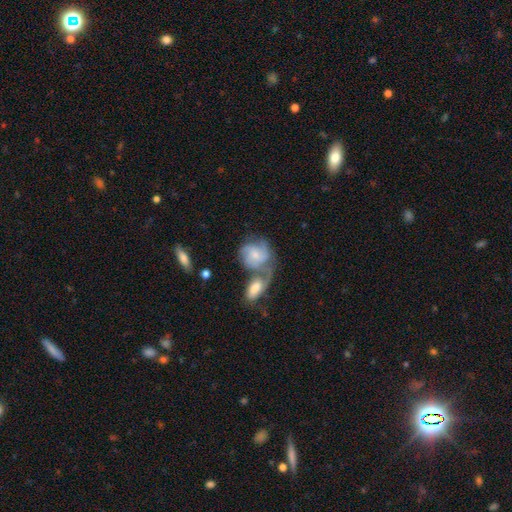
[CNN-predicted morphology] This is likely a featured or disk galaxy (65%). It is clearly not viewed edge-on (97%). Bar: likely no (65%). Spiral arm pattern: clearly yes (88%). Spiral arm count: marginally 2 (32%). Spiral winding: marginally medium (43%). Central bulge: possibly small (54%). Merging: possibly merger (49%).